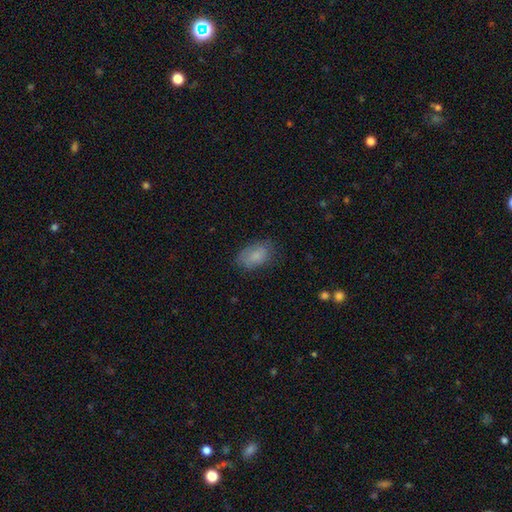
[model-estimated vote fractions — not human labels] This is clearly a smooth galaxy (81%). How rounded: clearly in between (90%). Merging: likely none (68%).